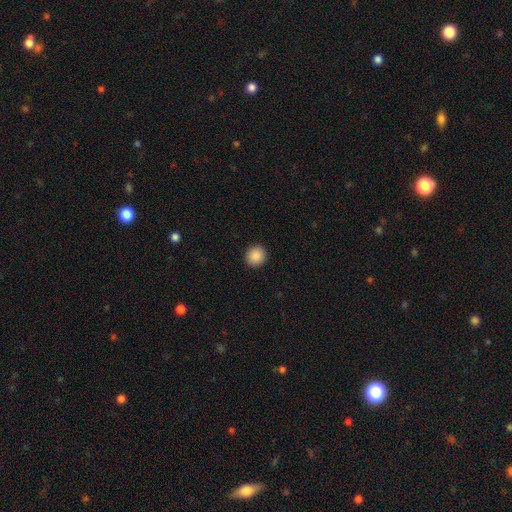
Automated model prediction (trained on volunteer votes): Smooth or featured: smooth — 89% (star or artifact — 9%)
How rounded: round — 88% (in between — 11%)
Merging: none — 92% (minor disturbance — 5%)